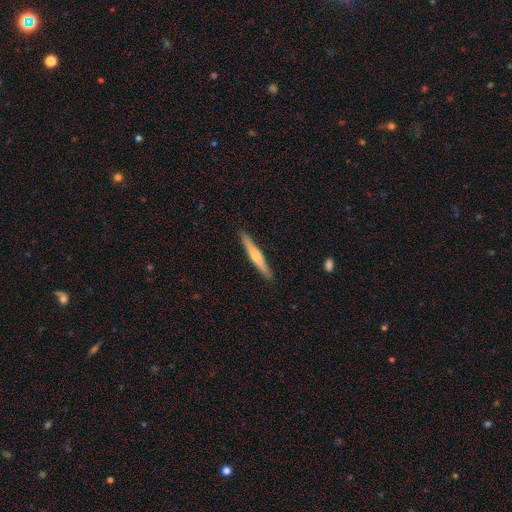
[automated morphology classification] The model was most divided on "smooth or featured": featured or disk: 52%, smooth: 43%, star or artifact: 5%. More confident: edge-on disk — yes (97%); merging — none (91%); edge-on bulge — rounded (78%).